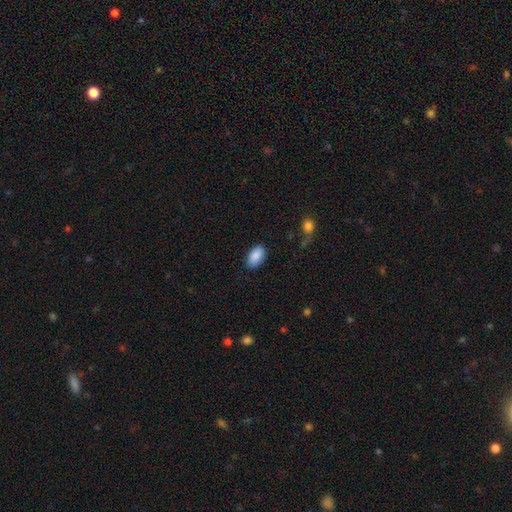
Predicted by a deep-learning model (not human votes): This is clearly a smooth galaxy (90%). How rounded: clearly in between (93%). Merging: clearly none (85%).